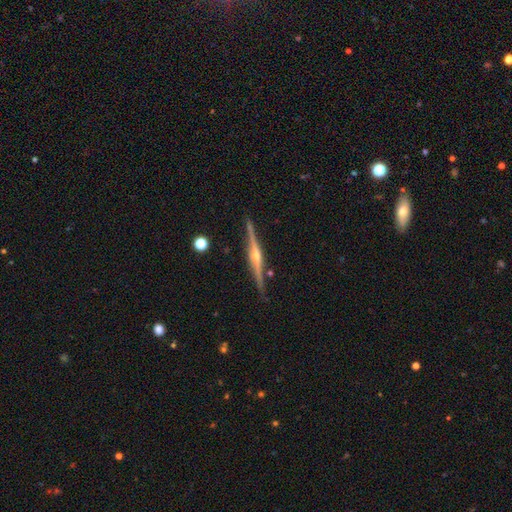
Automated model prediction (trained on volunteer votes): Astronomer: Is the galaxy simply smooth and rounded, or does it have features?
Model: featured or disk — 87%.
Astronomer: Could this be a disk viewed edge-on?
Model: yes — 98%.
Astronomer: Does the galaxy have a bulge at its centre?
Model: rounded — 89%.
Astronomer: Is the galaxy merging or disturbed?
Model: none — 88%.